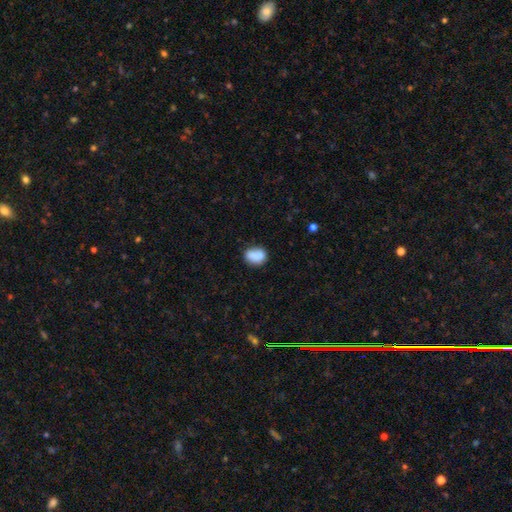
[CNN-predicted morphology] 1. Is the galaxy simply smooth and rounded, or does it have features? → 83% smooth, 9% featured or disk, 8% star or artifact.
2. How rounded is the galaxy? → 62% in between, 37% round, 1% cigar-shaped.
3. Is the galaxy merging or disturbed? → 67% none, 20% minor disturbance, 8% merger, 5% major disturbance.